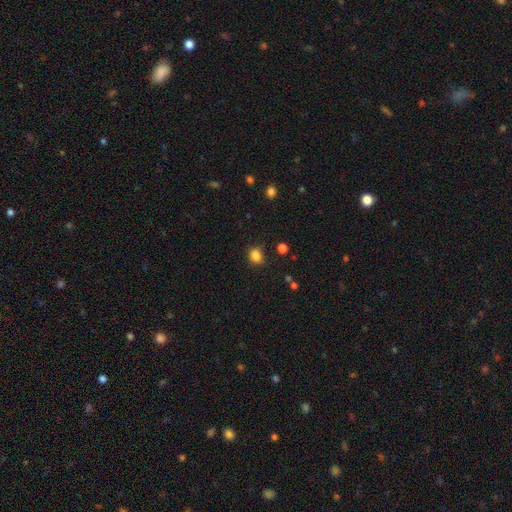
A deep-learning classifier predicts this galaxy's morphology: type=smooth (85%); roundness=round (57%); merging=none (79%).